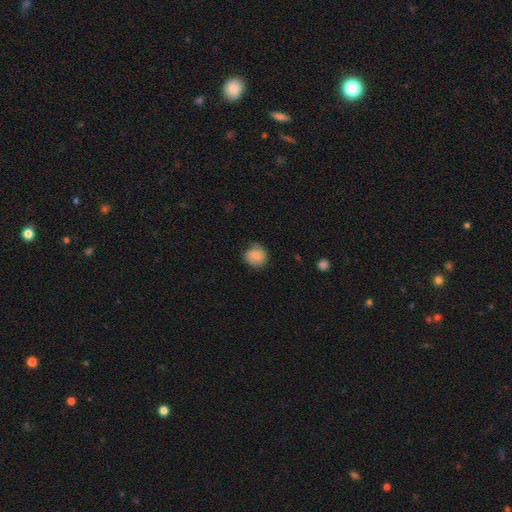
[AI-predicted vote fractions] Smooth or featured? Predicted: smooth (p=0.72). How rounded? Predicted: round (p=0.81). Merging? Predicted: none (p=0.71).